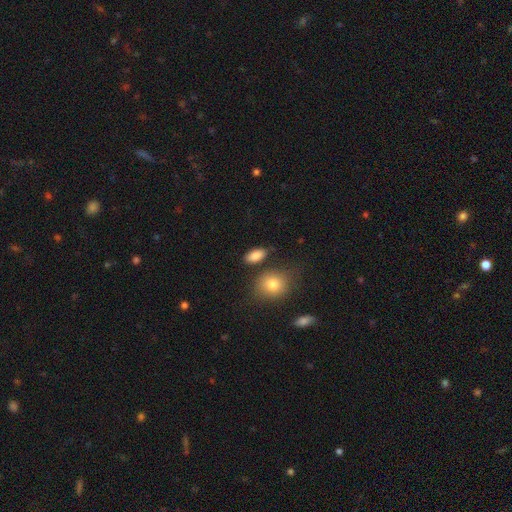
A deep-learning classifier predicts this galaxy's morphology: smooth-or-featured: smooth: 87% | star or artifact: 8% | featured or disk: 6%
  how-rounded: in between: 88% | round: 7% | cigar-shaped: 4%
  merging: none: 79% | minor disturbance: 12% | merger: 6% | major disturbance: 4%